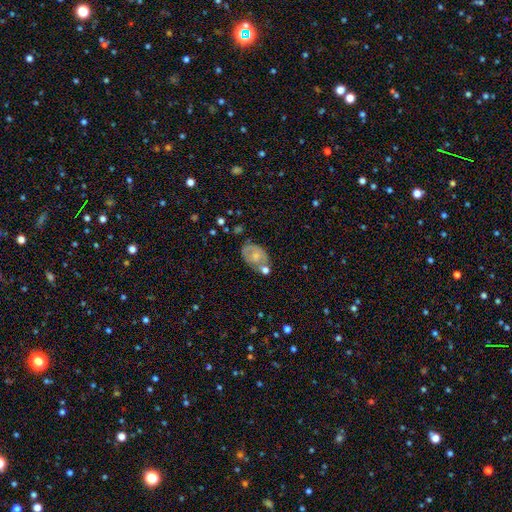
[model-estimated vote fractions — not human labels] smooth_or_featured: smooth (p=0.49) [alt: featured or disk p=0.43]
merging: none (p=0.44) [alt: minor disturbance p=0.25]